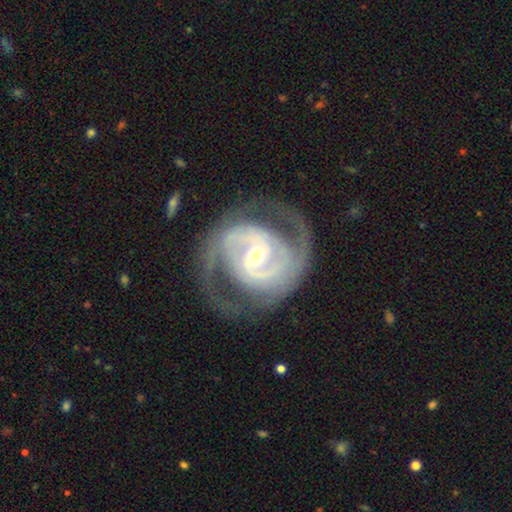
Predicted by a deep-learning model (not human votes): This is clearly a featured or disk galaxy (91%). It is clearly not viewed edge-on (97%). Bar: marginally weak (45%). Spiral arm pattern: clearly yes (97%). Spiral arm count: clearly 2 (82%). Spiral winding: possibly tight (46%, tied with medium). Central bulge: possibly moderate (53%). Merging: likely none (77%).